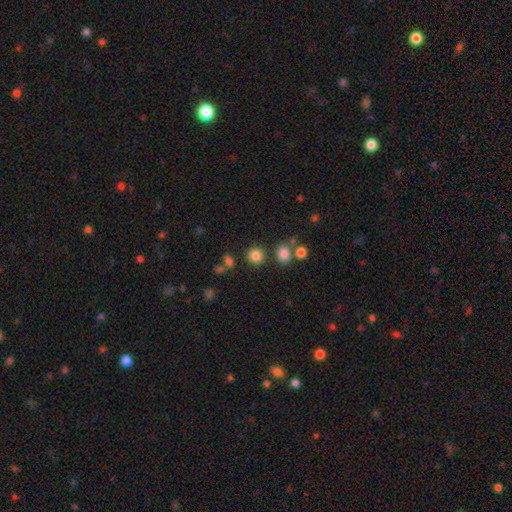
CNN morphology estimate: Smooth or featured: smooth — 82% (star or artifact — 13%)
How rounded: round — 85% (in between — 14%)
Merging: none — 79% (merger — 9%)